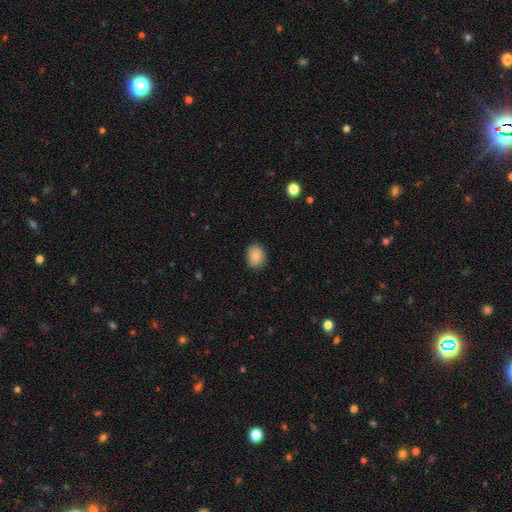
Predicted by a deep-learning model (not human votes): smooth_or_featured: smooth (p=0.83) [alt: featured or disk p=0.09]
how_rounded: round (p=0.51) [alt: in between p=0.48]
merging: none (p=0.78) [alt: minor disturbance p=0.18]